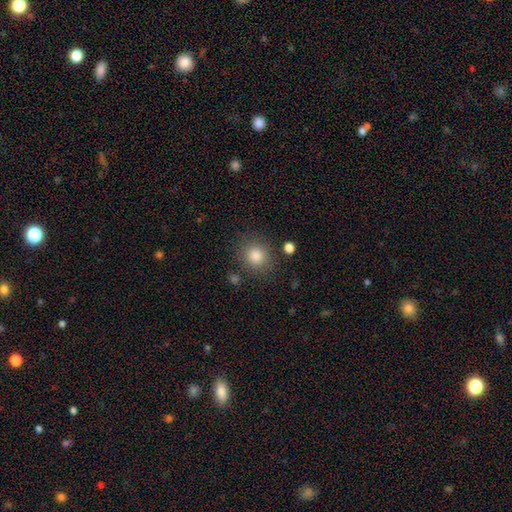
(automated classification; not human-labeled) This appears to be a smooth galaxy with no disk features (84%) that is round (84%). Merging: none (83%).